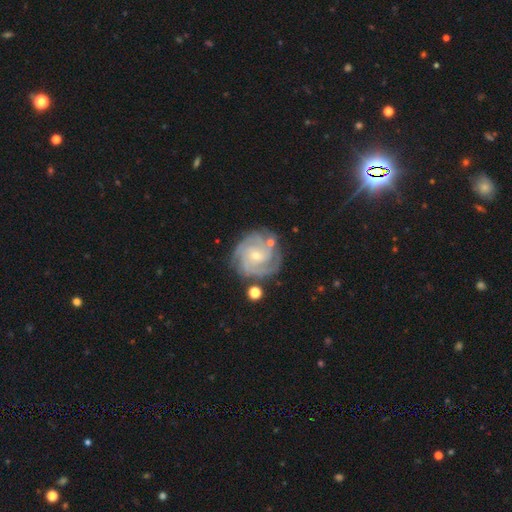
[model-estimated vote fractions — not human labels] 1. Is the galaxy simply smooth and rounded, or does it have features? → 88% featured or disk, 7% smooth, 5% star or artifact.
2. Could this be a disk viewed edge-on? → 98% no, 2% yes.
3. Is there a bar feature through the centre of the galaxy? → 62% no, 32% weak, 6% strong.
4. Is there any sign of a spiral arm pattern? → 97% yes, 3% no.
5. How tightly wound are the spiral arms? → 72% tight, 24% medium, 4% loose.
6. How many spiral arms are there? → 30% 3, 27% 4, 19% can't tell, 12% 2, 7% more than 4, 6% 1.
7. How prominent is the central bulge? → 68% small, 28% moderate, 1% none, 1% large, 1% dominant.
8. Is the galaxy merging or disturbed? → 74% none, 15% minor disturbance, 5% merger, 5% major disturbance.